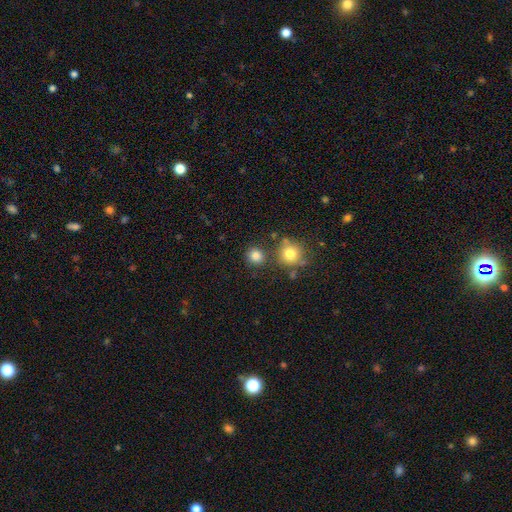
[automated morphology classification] The model was most divided on "smooth or featured": smooth: 82%, star or artifact: 12%, featured or disk: 6%. More confident: how rounded — round (86%); merging — none (79%).